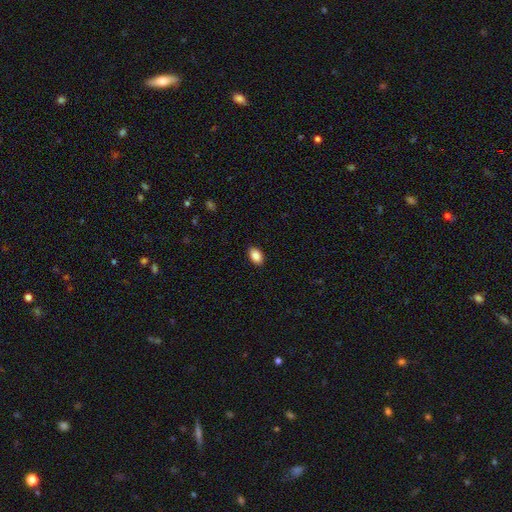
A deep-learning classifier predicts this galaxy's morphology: A smooth galaxy with no disk features (87%) that is in between round and cigar-shaped (88%).

Vote fractions:
- Smooth or featured? smooth: 87% / star or artifact: 8% / featured or disk: 5%
- How rounded? in between: 88% / round: 11% / cigar-shaped: 1%
- Merging? none: 90% / minor disturbance: 8% / major disturbance: 2% / merger: 1%